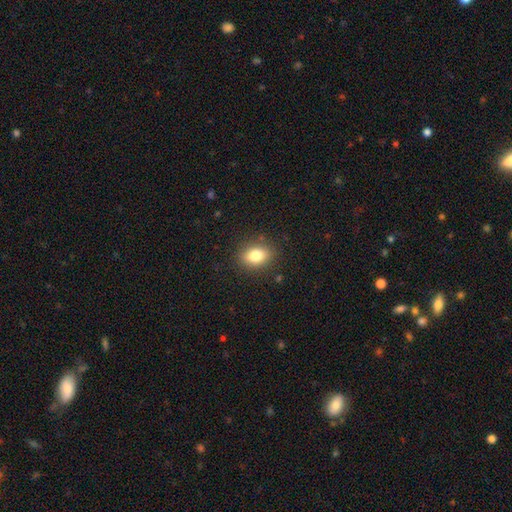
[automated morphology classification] smooth_or_featured: smooth (p=0.81) [alt: star or artifact p=0.10]
how_rounded: in between (p=0.72) [alt: round p=0.26]
merging: none (p=0.86) [alt: minor disturbance p=0.10]